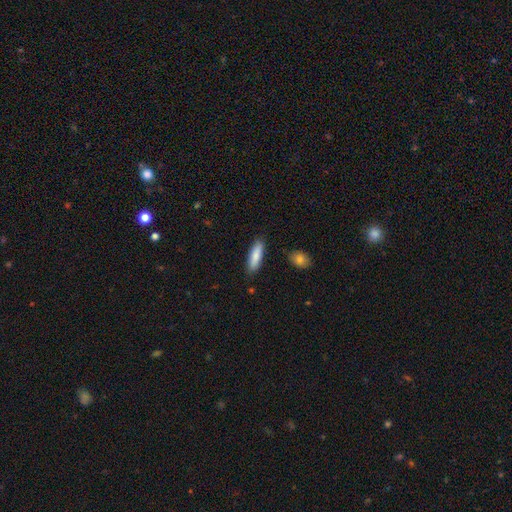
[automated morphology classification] smooth_or_featured: smooth (p=0.84) [alt: featured or disk p=0.10]
how_rounded: cigar-shaped (p=0.61) [alt: in between p=0.37]
merging: none (p=0.88) [alt: minor disturbance p=0.09]